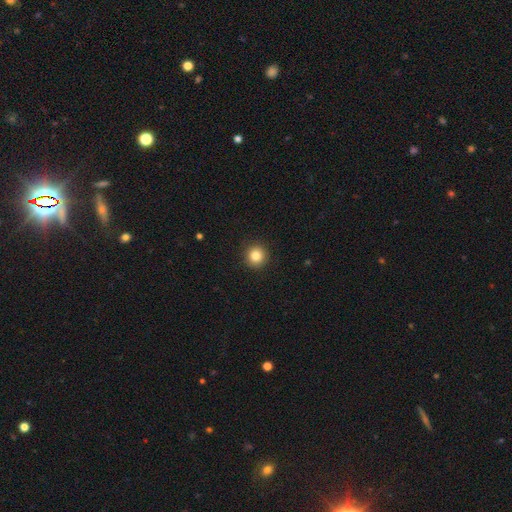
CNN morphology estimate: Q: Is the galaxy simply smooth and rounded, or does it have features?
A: smooth — 84%.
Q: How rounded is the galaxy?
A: round — 95%.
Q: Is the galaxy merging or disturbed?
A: none — 92%.